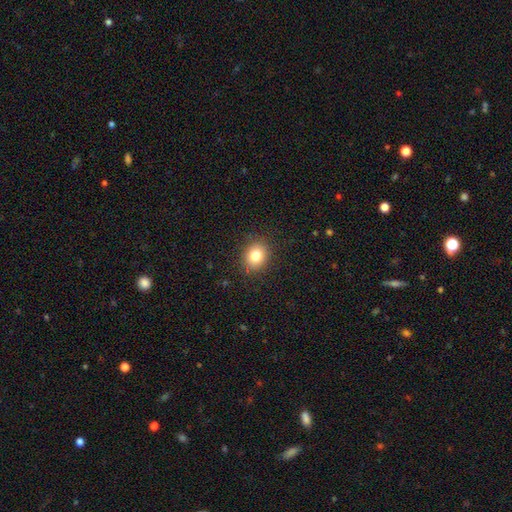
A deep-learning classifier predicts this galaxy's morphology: Q: Smooth or featured?
A: smooth (81%); runner-up: star or artifact (11%)
Q: How rounded?
A: round (68%); runner-up: in between (31%)
Q: Merging?
A: none (89%); runner-up: minor disturbance (8%)